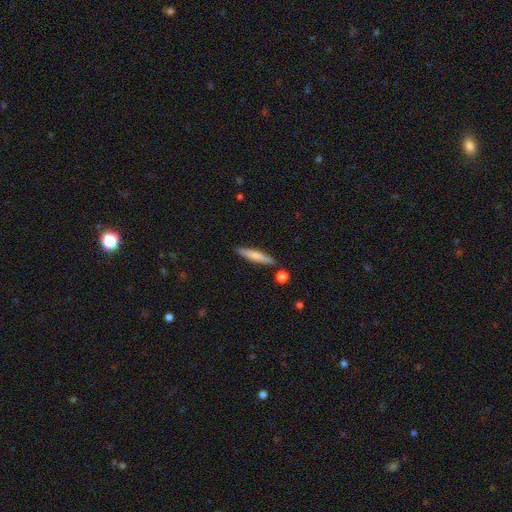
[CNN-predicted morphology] Q: Smooth or featured?
A: smooth (67%); runner-up: featured or disk (28%)
Q: How rounded?
A: cigar-shaped (90%); runner-up: in between (8%)
Q: Merging?
A: none (85%); runner-up: minor disturbance (9%)